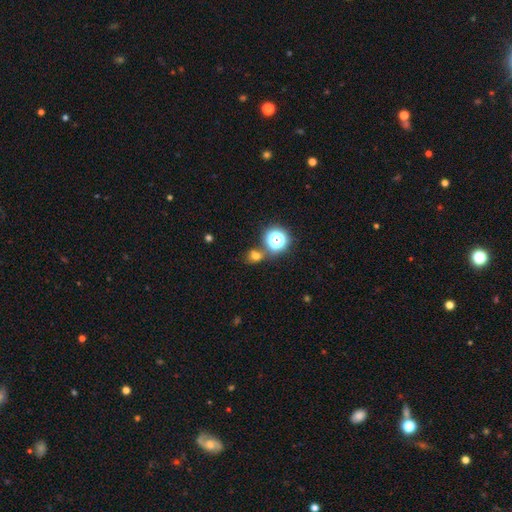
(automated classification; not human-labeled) Q: Smooth or featured?
A: smooth (62%); runner-up: star or artifact (29%)
Q: How rounded?
A: round (69%); runner-up: in between (29%)
Q: Merging?
A: none (69%); runner-up: merger (16%)